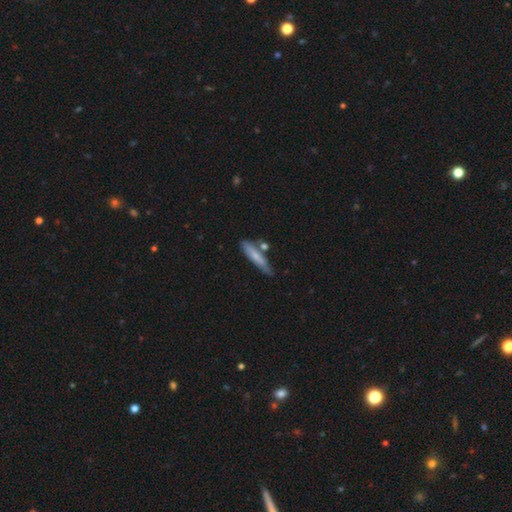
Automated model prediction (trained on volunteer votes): Smooth or featured: smooth — 68% (featured or disk — 27%)
How rounded: cigar-shaped — 83% (in between — 16%)
Merging: none — 65% (minor disturbance — 20%)